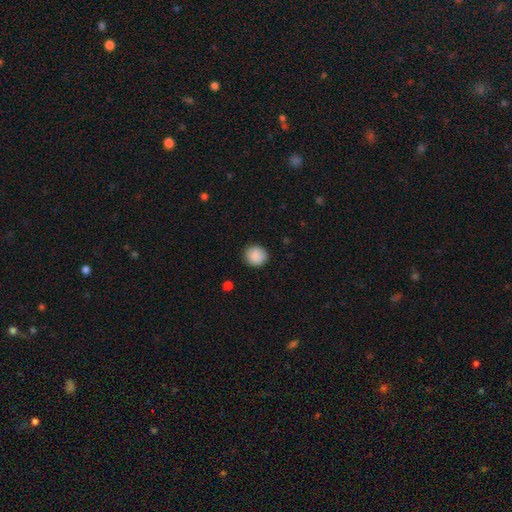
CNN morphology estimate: Overall: smooth (89%). How rounded: round (90%). Merging: none (90%).